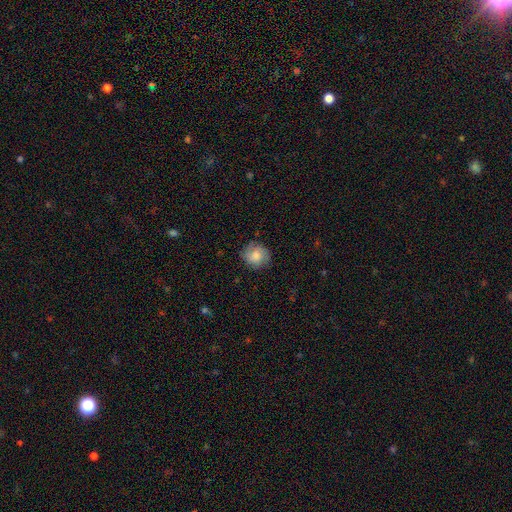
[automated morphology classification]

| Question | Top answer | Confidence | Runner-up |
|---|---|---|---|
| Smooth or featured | smooth | 66% | featured or disk (26%) |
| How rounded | round | 85% | in between (14%) |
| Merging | none | 77% | minor disturbance (17%) |